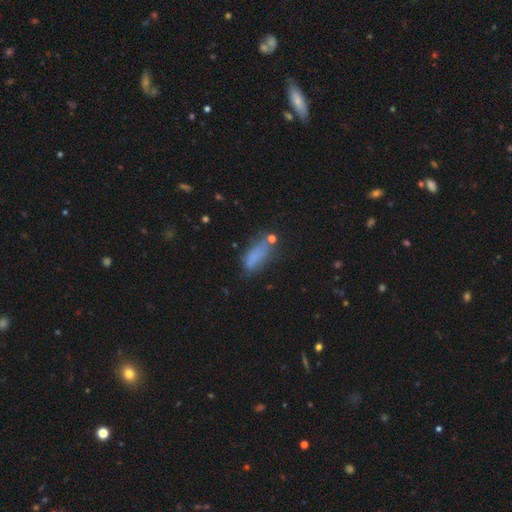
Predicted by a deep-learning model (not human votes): Smooth or featured? Predicted: smooth (p=0.73). How rounded? Predicted: in between (p=0.67). Merging? Predicted: none (p=0.51).